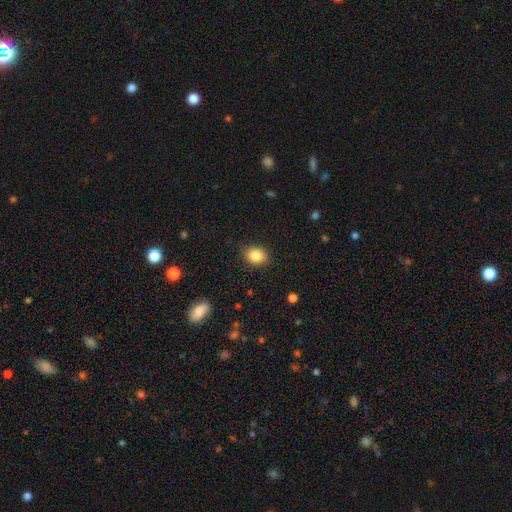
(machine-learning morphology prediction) type=smooth (85%); roundness=in between (57%); merging=none (87%).